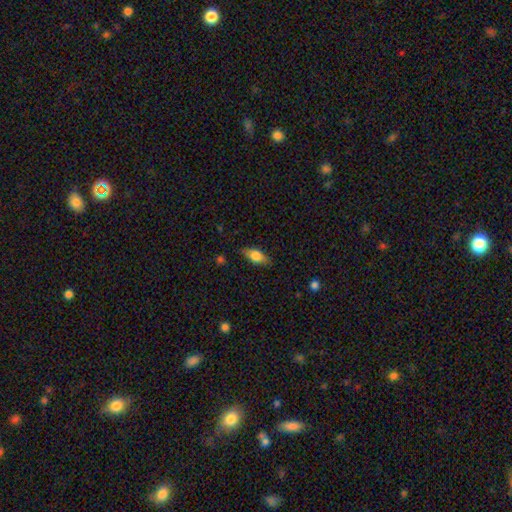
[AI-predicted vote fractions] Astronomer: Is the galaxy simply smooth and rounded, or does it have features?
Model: smooth — 67%.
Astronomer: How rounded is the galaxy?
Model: in between — 78%.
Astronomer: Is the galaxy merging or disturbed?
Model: none — 82%.